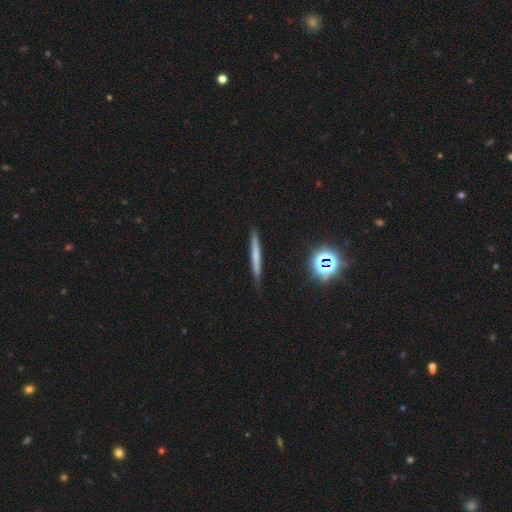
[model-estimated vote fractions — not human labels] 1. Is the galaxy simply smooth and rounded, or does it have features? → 55% smooth, 32% featured or disk, 13% star or artifact.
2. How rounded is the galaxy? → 95% cigar-shaped, 3% in between, 2% round.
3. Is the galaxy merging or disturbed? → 86% none, 10% minor disturbance, 2% major disturbance, 2% merger.